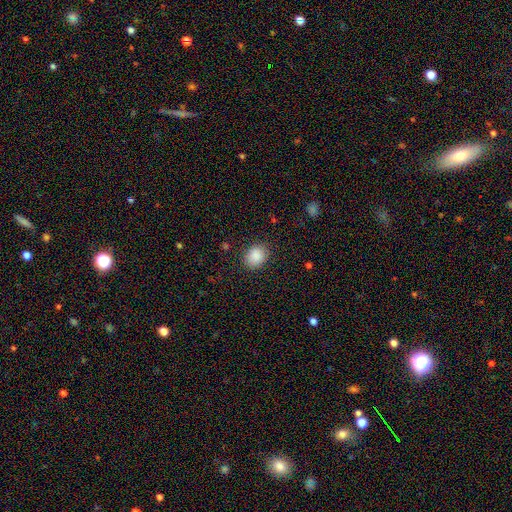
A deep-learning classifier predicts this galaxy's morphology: Smooth or featured? smooth (88%)
How rounded? round (57%)
Merging? none (85%)